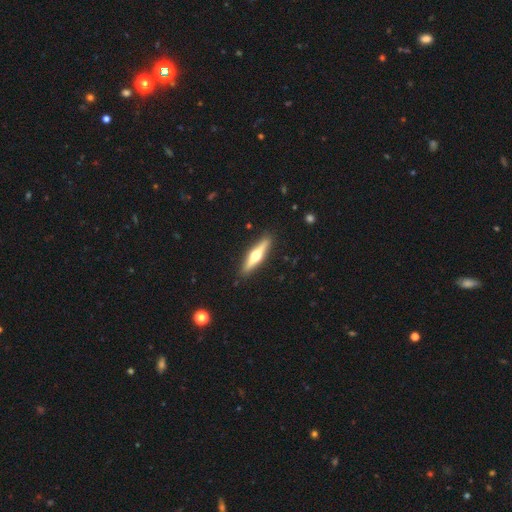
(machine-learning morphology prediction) A featured or disk galaxy (64%) viewed edge-on (96%) with a rounded central bulge (95%). Merging: none (90%).